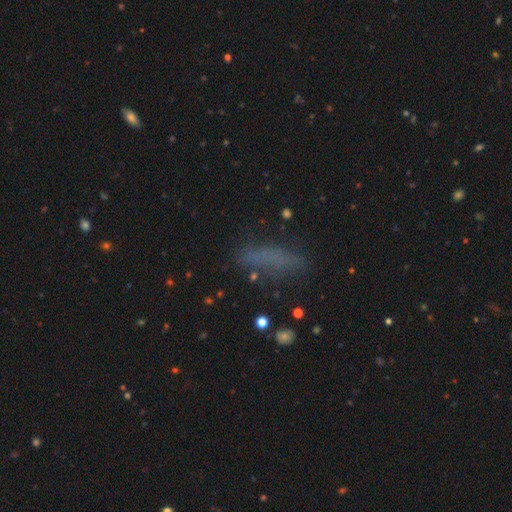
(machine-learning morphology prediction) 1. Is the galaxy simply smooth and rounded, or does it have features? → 66% smooth, 17% featured or disk, 17% star or artifact.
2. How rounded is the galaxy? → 58% cigar-shaped, 38% in between, 3% round.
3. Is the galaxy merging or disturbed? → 67% none, 19% minor disturbance, 11% major disturbance, 3% merger.